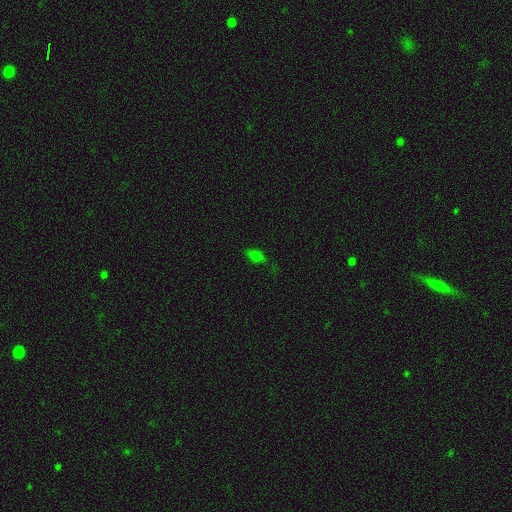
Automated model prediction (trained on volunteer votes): Q: Smooth or featured?
A: smooth (72%); runner-up: star or artifact (20%)
Q: How rounded?
A: in between (85%); runner-up: cigar-shaped (8%)
Q: Merging?
A: none (69%); runner-up: minor disturbance (22%)